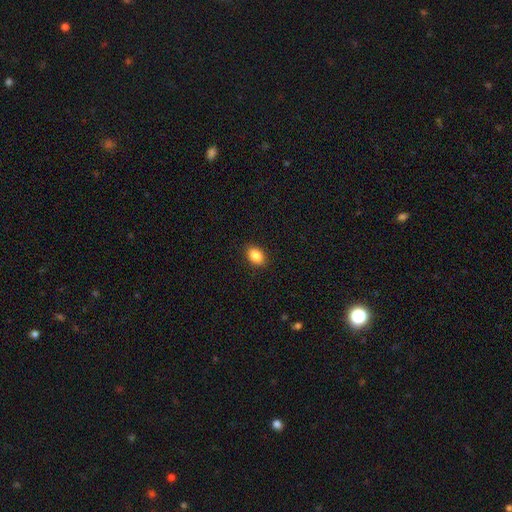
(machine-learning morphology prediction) This is clearly a smooth galaxy (87%). How rounded: clearly in between (81%). Merging: clearly none (89%).